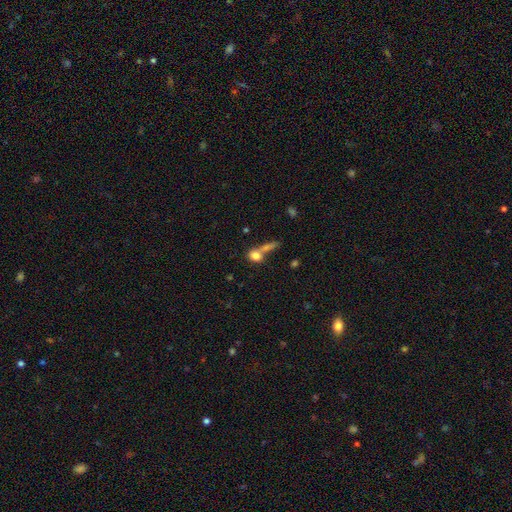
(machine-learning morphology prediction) The model was most divided on "how rounded": in between: 47%, round: 45%, cigar-shaped: 8%. Remaining: smooth or featured — smooth (76%); merging — merger (49%).